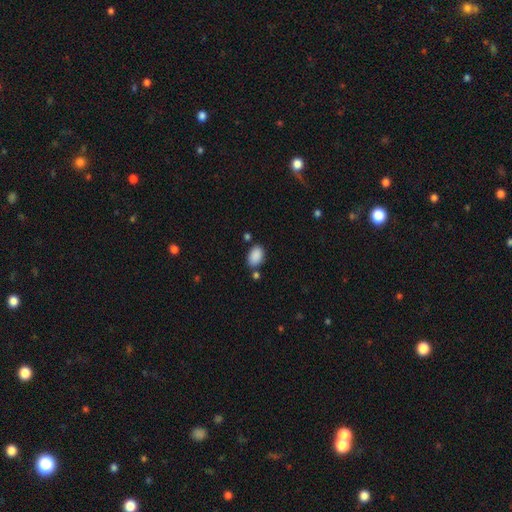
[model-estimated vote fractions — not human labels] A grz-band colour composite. It shows a smooth galaxy with no disk features (89%) that is in between round and cigar-shaped (86%). Merging: none (75%).